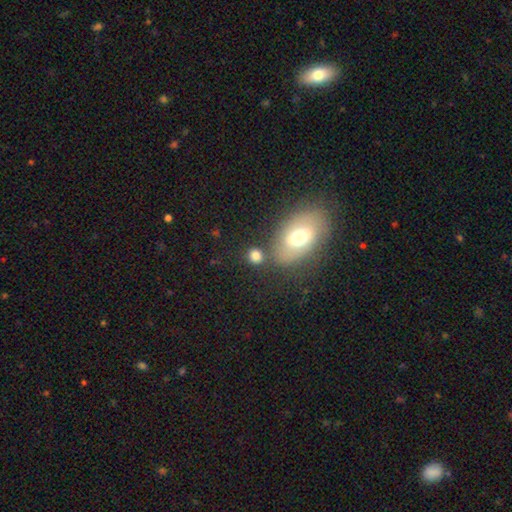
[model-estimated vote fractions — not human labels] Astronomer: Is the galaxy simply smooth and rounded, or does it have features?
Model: smooth — 79%.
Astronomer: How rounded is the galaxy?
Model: round — 72%.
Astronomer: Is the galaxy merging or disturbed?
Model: none — 70%.